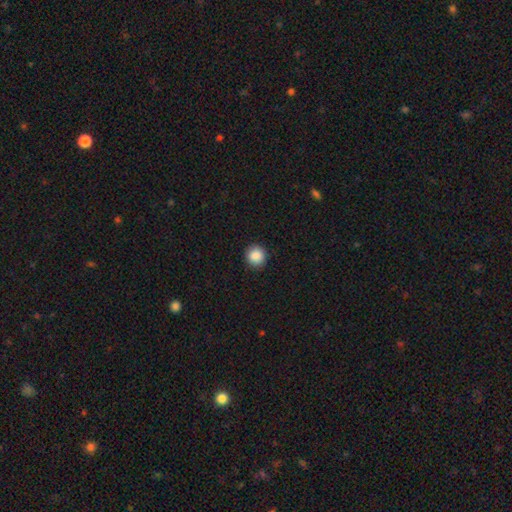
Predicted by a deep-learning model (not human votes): Q: Smooth or featured?
A: smooth (88%); runner-up: star or artifact (9%)
Q: How rounded?
A: round (93%); runner-up: in between (6%)
Q: Merging?
A: none (91%); runner-up: minor disturbance (6%)